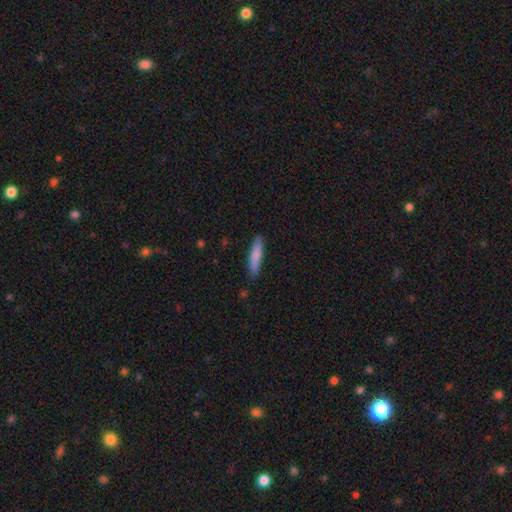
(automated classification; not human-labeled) smooth 81%, featured or disk 14%, star or artifact 5%. Down the decision tree: how rounded — cigar-shaped (84%); merging — none (87%).